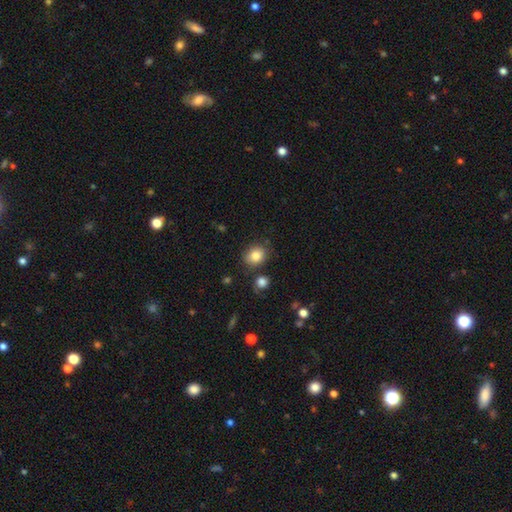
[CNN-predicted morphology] Smooth or featured? Predicted: smooth (p=0.84). How rounded? Predicted: round (p=0.60). Merging? Predicted: none (p=0.79).